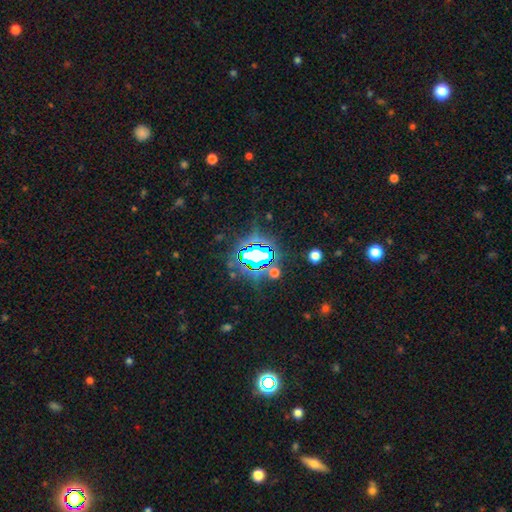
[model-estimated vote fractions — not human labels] Smooth or featured? star or artifact (73%)